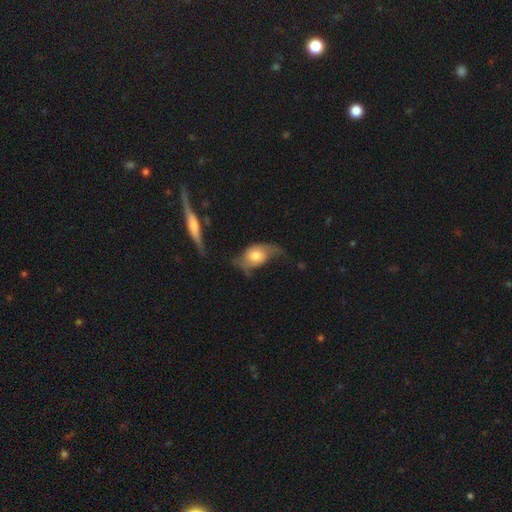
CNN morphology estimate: smooth_or_featured: featured or disk (p=0.50) [alt: smooth p=0.43]
disk_edge_on: no (p=0.88) [alt: yes p=0.12]
merging: major disturbance (p=0.34) [alt: none p=0.31]